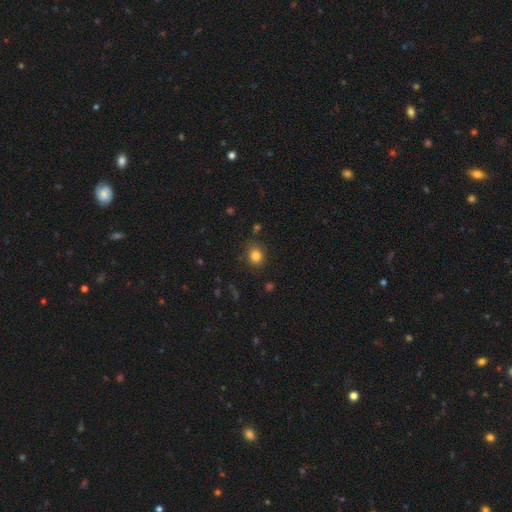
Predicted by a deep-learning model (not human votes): This appears to be a smooth galaxy with no disk features (82%) that is round (70%). Merging: none (85%).